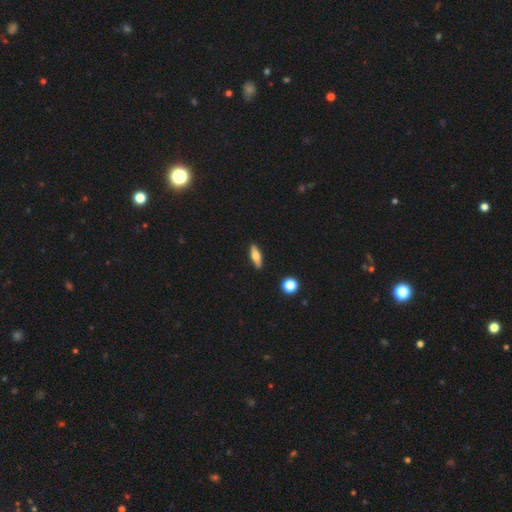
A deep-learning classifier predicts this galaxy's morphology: Overall: smooth (55%; featured or disk 38%). How rounded: cigar-shaped (49%; in between 47%). Merging: none (89%).